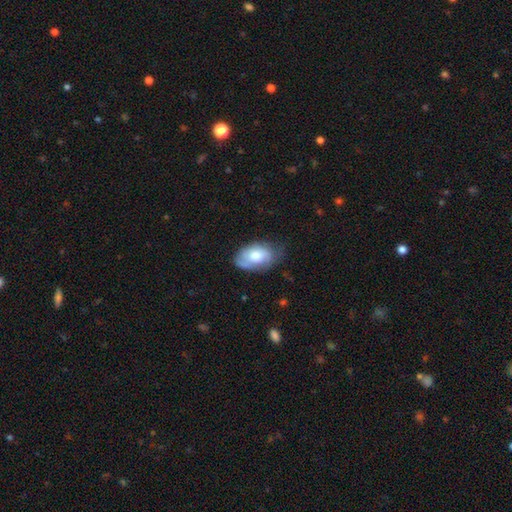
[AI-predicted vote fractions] This is possibly a smooth galaxy (56%). How rounded: clearly in between (89%). Merging: possibly none (54%).